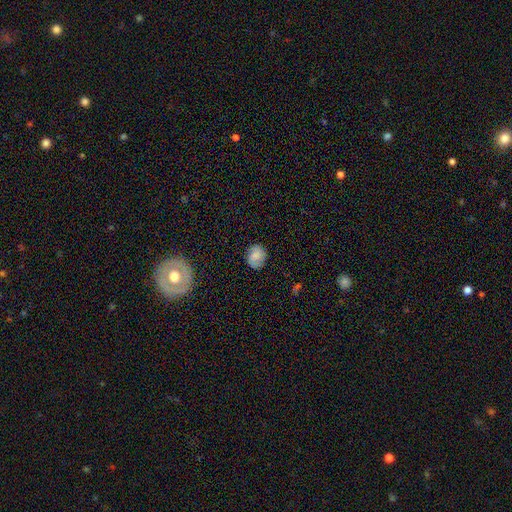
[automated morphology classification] Q: Smooth or featured?
A: smooth (69%); runner-up: featured or disk (22%)
Q: How rounded?
A: round (67%); runner-up: in between (32%)
Q: Merging?
A: none (81%); runner-up: minor disturbance (14%)